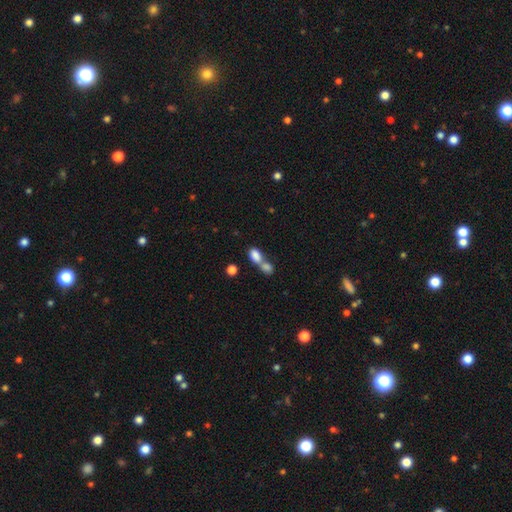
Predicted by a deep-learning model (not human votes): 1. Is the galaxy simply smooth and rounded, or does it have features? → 82% smooth, 9% featured or disk, 9% star or artifact.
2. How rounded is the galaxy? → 84% in between, 13% round, 3% cigar-shaped.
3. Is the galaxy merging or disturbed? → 66% merger, 23% none, 6% minor disturbance, 4% major disturbance.